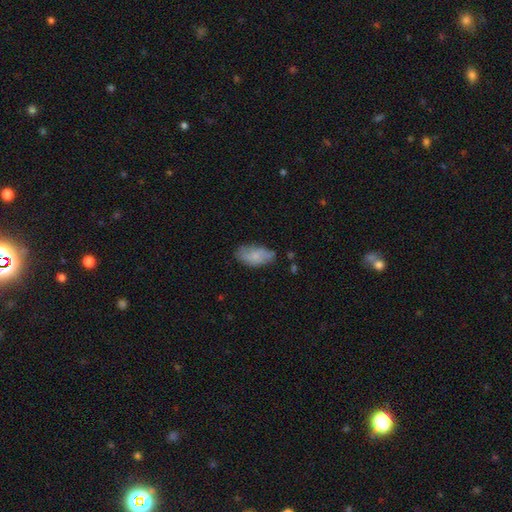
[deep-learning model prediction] smooth-or-featured: smooth: 71% | featured or disk: 22% | star or artifact: 7%
  how-rounded: in between: 92% | cigar-shaped: 5% | round: 3%
  merging: none: 65% | minor disturbance: 27% | major disturbance: 6% | merger: 2%